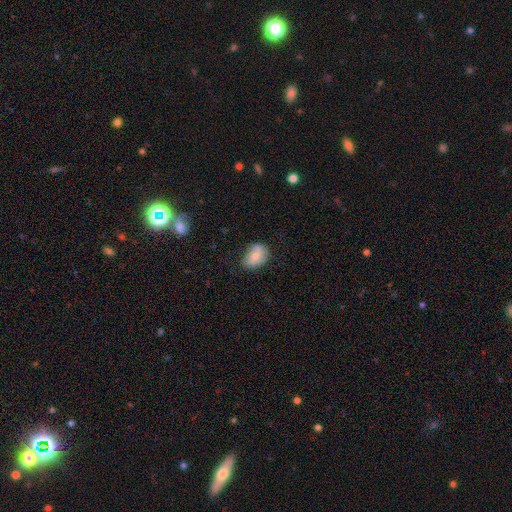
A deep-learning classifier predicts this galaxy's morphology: A smooth galaxy with no disk features (68%) that is in between round and cigar-shaped (76%). Merging: none (54%).